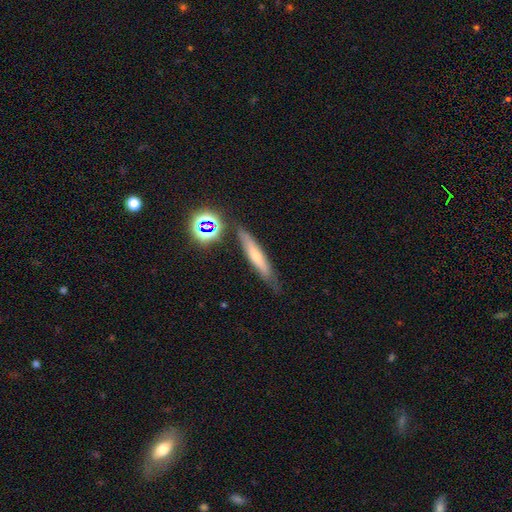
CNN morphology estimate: smooth-or-featured: featured or disk: 47% | smooth: 35% | star or artifact: 18%
  merging: none: 80% | minor disturbance: 12% | merger: 5% | major disturbance: 3%